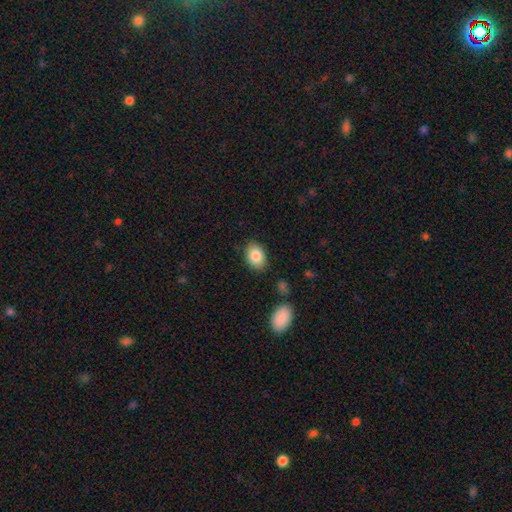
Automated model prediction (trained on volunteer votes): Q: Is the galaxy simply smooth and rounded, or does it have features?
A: smooth — 85%.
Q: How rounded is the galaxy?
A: in between — 82%.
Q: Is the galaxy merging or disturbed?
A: none — 85%.